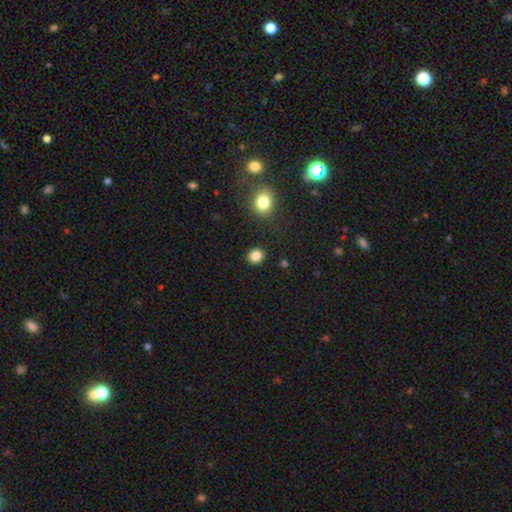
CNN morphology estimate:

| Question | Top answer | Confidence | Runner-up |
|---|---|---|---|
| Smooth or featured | smooth | 84% | star or artifact (12%) |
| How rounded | round | 79% | in between (20%) |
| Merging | none | 89% | minor disturbance (6%) |